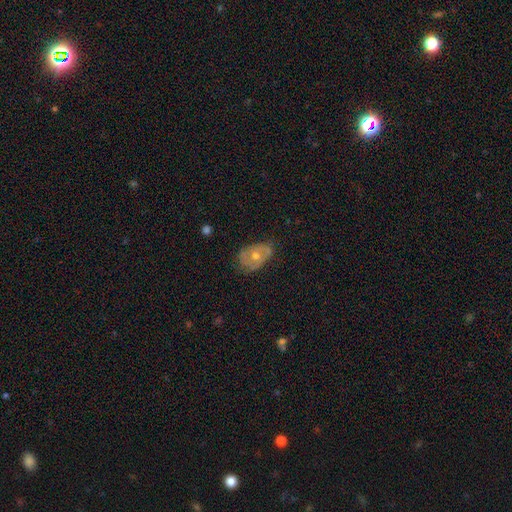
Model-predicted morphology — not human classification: This is likely a featured or disk galaxy (60%). It is clearly not viewed edge-on (94%). Bar: clearly no (84%). Spiral arm pattern: possibly yes (53%). Central bulge: likely moderate (69%). Merging: likely none (63%).